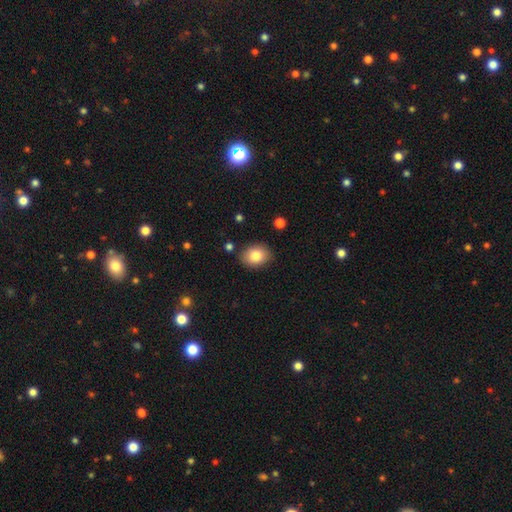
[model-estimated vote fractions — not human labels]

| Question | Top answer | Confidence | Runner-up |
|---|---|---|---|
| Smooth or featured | smooth | 83% | featured or disk (9%) |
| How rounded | in between | 58% | round (41%) |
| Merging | none | 85% | minor disturbance (10%) |